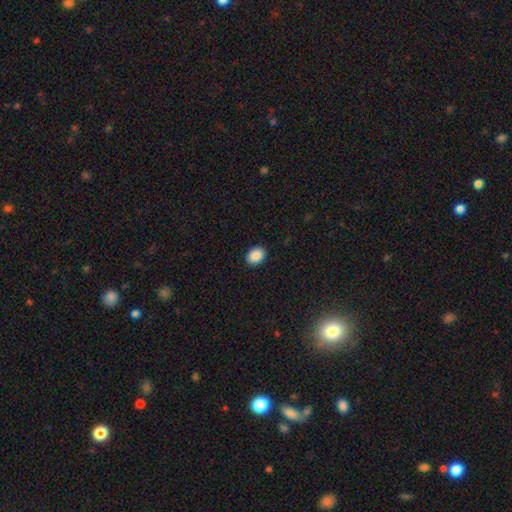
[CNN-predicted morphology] smooth 89%, star or artifact 8%, featured or disk 3%. Down the decision tree: how rounded — in between (66%); merging — none (91%).